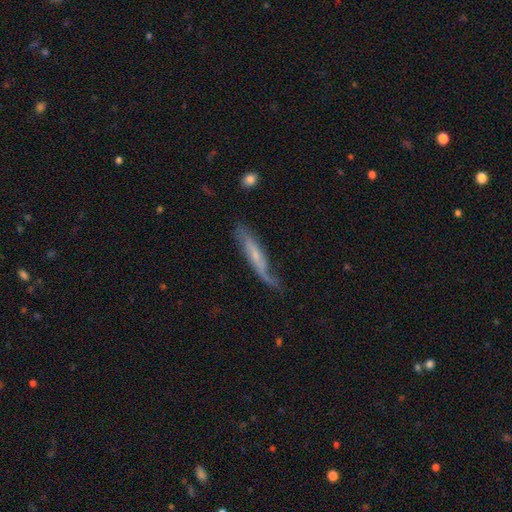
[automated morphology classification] This is likely a featured or disk galaxy (62%). It is possibly not viewed edge-on (54%). Merging: possibly none (50%).